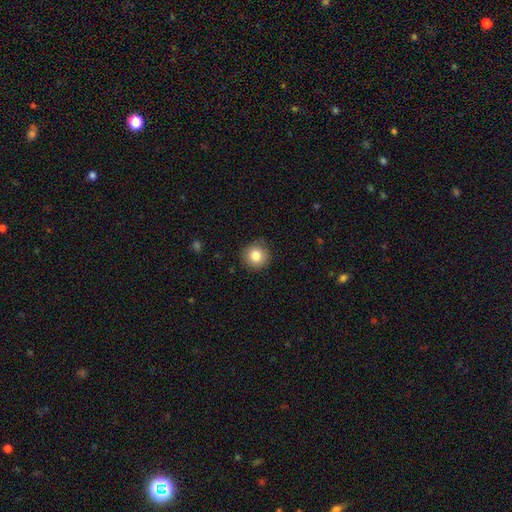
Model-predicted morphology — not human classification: Smooth or featured: smooth — 83% (star or artifact — 10%)
How rounded: round — 93% (in between — 6%)
Merging: none — 87% (minor disturbance — 9%)